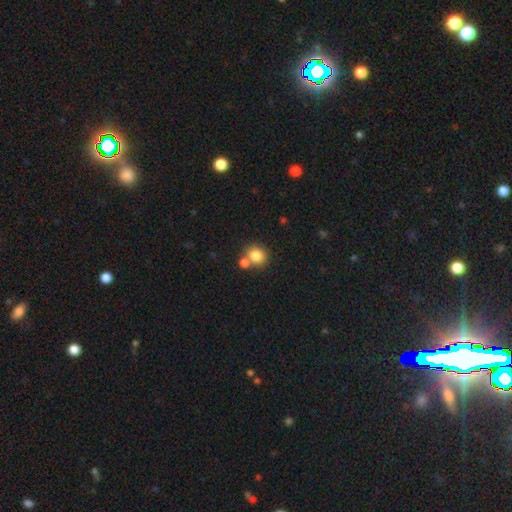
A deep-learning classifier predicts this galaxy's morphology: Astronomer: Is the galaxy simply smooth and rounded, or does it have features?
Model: smooth — 82%.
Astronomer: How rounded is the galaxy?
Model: round — 81%.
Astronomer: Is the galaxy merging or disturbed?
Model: none — 58%.